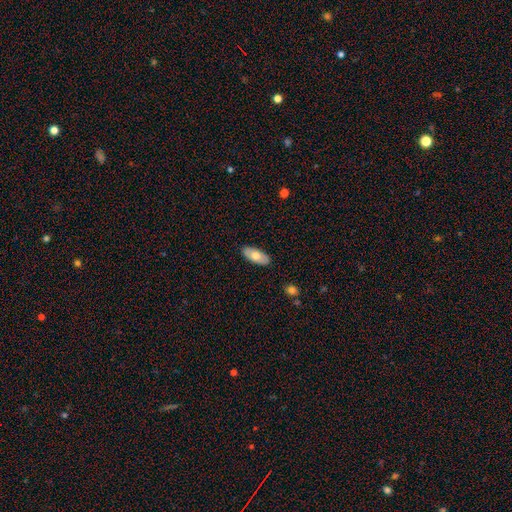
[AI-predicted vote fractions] The model was most divided on "smooth or featured": smooth: 68%, featured or disk: 26%, star or artifact: 6%. More confident: how rounded — in between (90%); merging — none (89%).